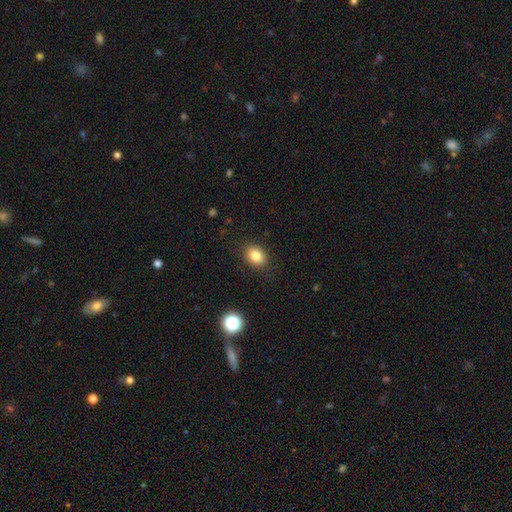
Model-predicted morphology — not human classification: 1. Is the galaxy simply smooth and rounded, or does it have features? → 83% smooth, 11% star or artifact, 6% featured or disk.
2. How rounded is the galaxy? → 60% in between, 39% round, 1% cigar-shaped.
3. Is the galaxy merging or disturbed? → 87% none, 9% minor disturbance, 3% major disturbance, 1% merger.